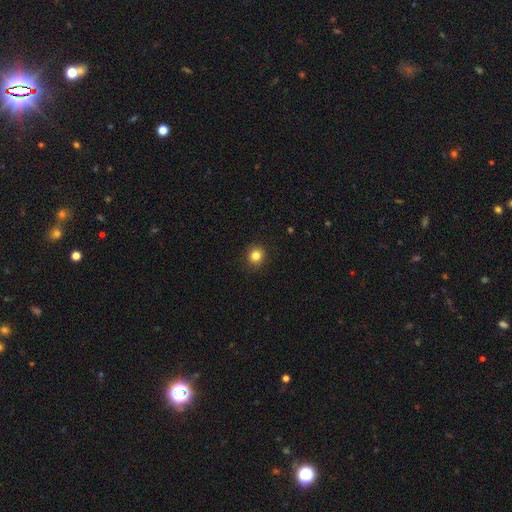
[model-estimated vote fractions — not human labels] Morphology: type=smooth (83%); roundness=round (88%); merging=none (91%).